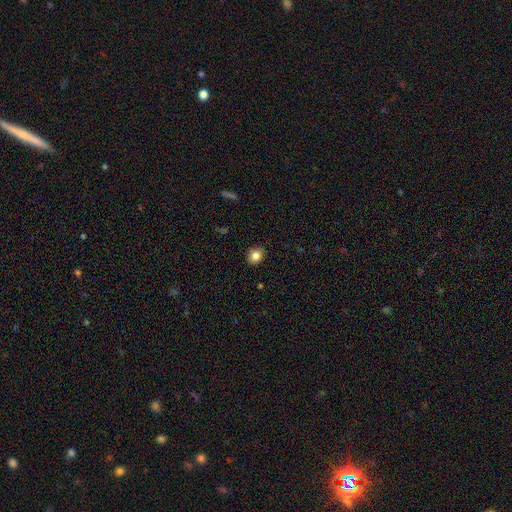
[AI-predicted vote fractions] A smooth galaxy with no disk features (82%) that is round (77%).

Vote fractions:
- Smooth or featured? smooth: 82% / star or artifact: 11% / featured or disk: 7%
- How rounded? round: 77% / in between: 22% / cigar-shaped: 1%
- Merging? none: 89% / minor disturbance: 8% / major disturbance: 2% / merger: 1%